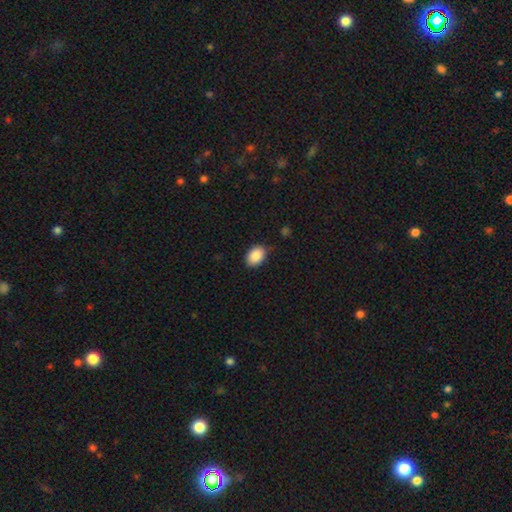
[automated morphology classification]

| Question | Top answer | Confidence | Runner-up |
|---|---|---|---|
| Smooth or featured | smooth | 89% | star or artifact (7%) |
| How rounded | in between | 80% | round (19%) |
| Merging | none | 80% | minor disturbance (16%) |